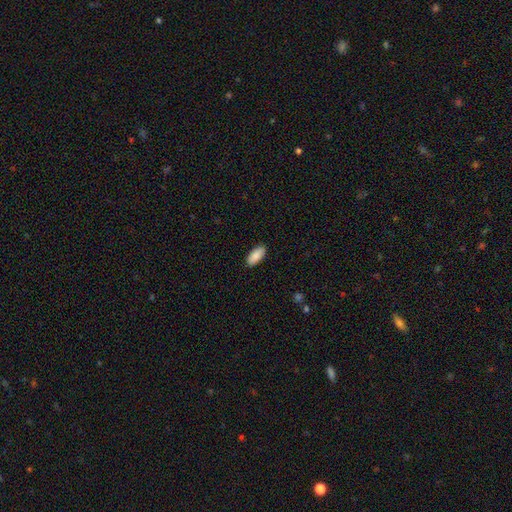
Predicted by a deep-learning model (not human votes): A smooth galaxy with no disk features (89%) that is in between round and cigar-shaped (89%).

Vote fractions:
- Smooth or featured? smooth: 89% / star or artifact: 6% / featured or disk: 6%
- How rounded? in between: 89% / cigar-shaped: 9% / round: 2%
- Merging? none: 89% / minor disturbance: 8% / major disturbance: 2% / merger: 1%